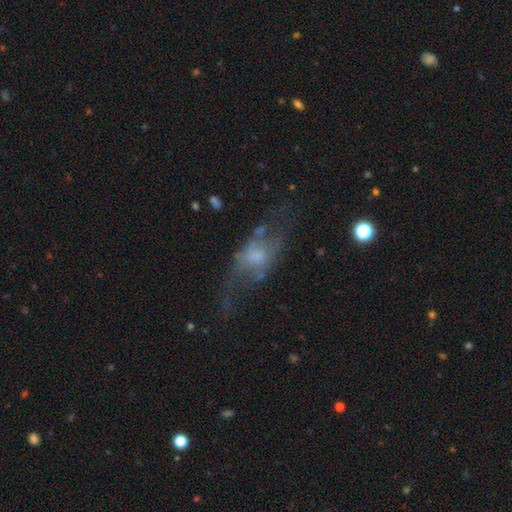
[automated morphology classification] smooth_or_featured: featured or disk (p=0.62) [alt: smooth p=0.26]
disk_edge_on: no (p=0.78) [alt: yes p=0.22]
merging: none (p=0.46) [alt: major disturbance p=0.28]